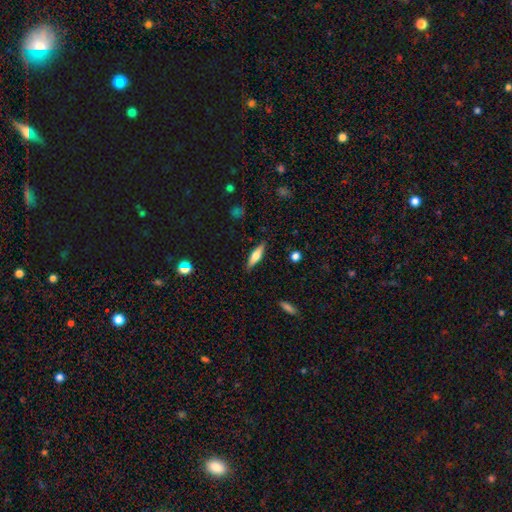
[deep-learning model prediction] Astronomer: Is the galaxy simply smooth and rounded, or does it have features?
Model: smooth — 55% (runner-up: featured or disk, 38%).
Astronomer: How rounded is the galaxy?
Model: cigar-shaped — 63%.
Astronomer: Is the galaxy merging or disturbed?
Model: none — 87%.